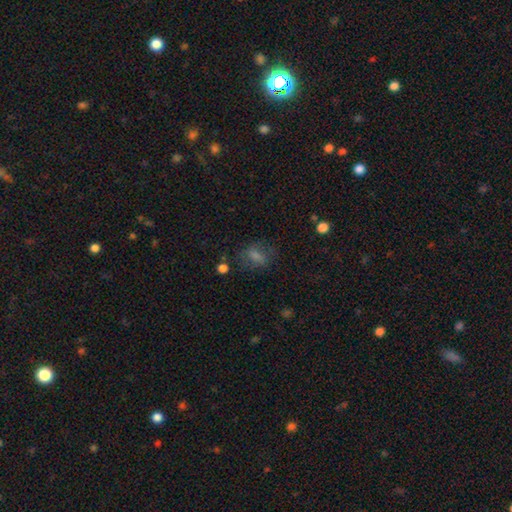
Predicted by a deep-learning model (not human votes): This appears to be a smooth galaxy with no disk features (57%) that is in between round and cigar-shaped (69%). Merging: none (69%).